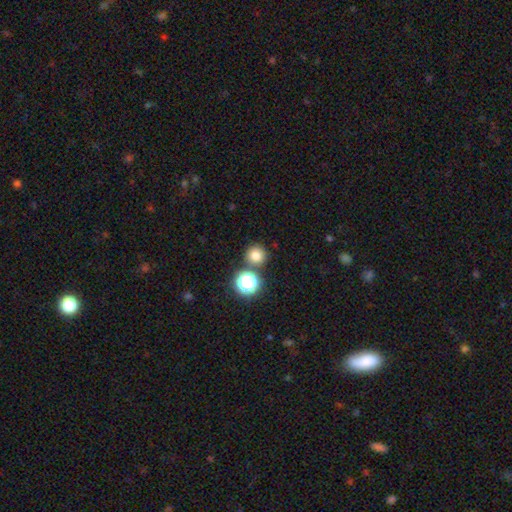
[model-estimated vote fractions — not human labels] The model was most divided on "smooth or featured": smooth: 76%, star or artifact: 17%, featured or disk: 7%. More confident: how rounded — round (93%); merging — none (80%).